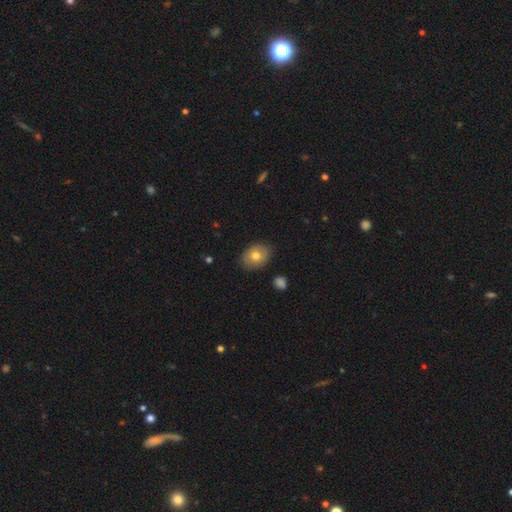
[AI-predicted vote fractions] Q: Smooth or featured?
A: smooth (73%); runner-up: featured or disk (18%)
Q: How rounded?
A: in between (68%); runner-up: round (31%)
Q: Merging?
A: none (84%); runner-up: minor disturbance (12%)